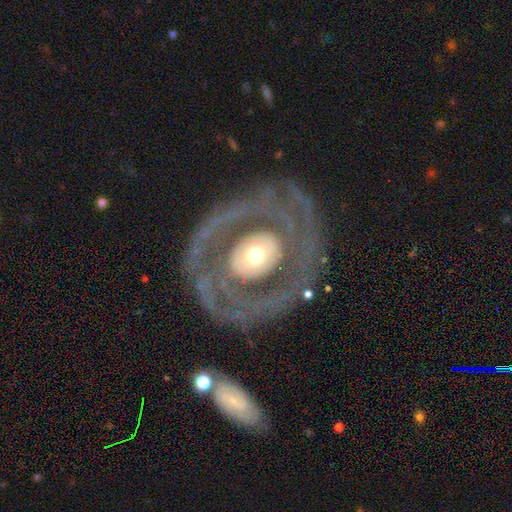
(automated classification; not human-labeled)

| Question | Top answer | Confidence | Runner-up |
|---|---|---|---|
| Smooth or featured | featured or disk | 80% | smooth (15%) |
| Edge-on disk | no | 96% | yes (4%) |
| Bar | no | 76% | weak (14%) |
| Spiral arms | yes | 57% | no (43%) |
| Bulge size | moderate | 61% | large (19%) |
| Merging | none | 74% | minor disturbance (13%) |